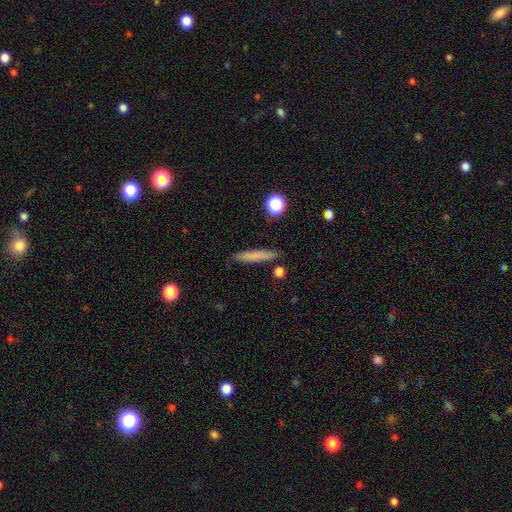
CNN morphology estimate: Smooth or featured? Predicted: smooth (p=0.75). How rounded? Predicted: cigar-shaped (p=0.92). Merging? Predicted: none (p=0.87).